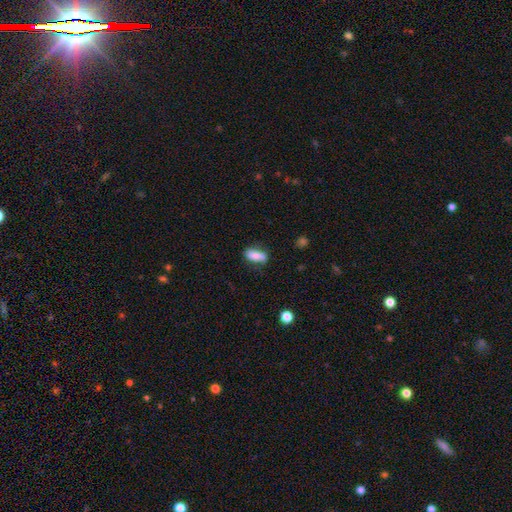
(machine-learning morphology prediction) Smooth or featured? Predicted: smooth (p=0.70). How rounded? Predicted: in between (p=0.79). Merging? Predicted: none (p=0.65).